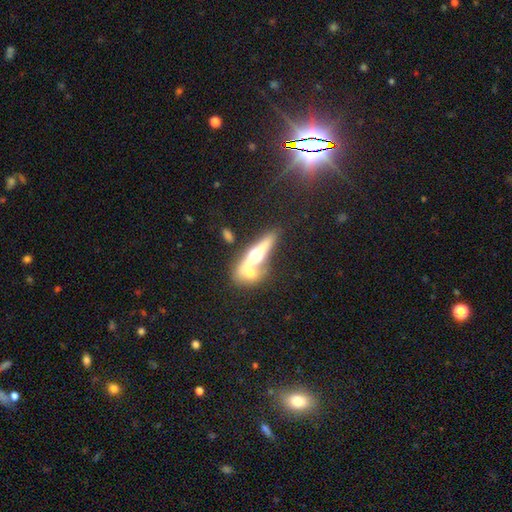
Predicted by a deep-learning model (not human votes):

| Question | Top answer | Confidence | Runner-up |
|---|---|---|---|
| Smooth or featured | featured or disk | 58% | smooth (35%) |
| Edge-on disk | yes | 82% | no (18%) |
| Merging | merger | 48% | none (37%) |